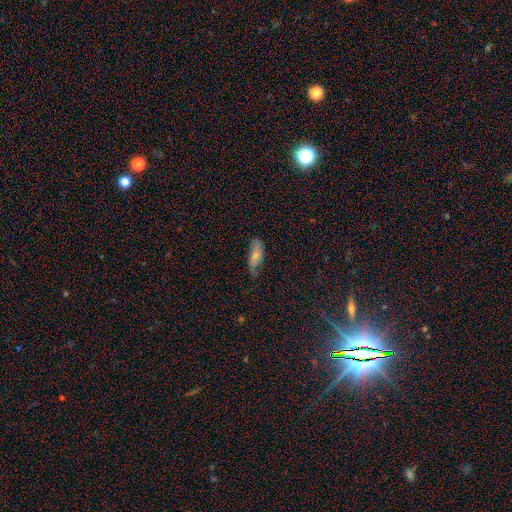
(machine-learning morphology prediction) Smooth or featured? smooth (64%)
How rounded? in between (68%)
Merging? none (57%)